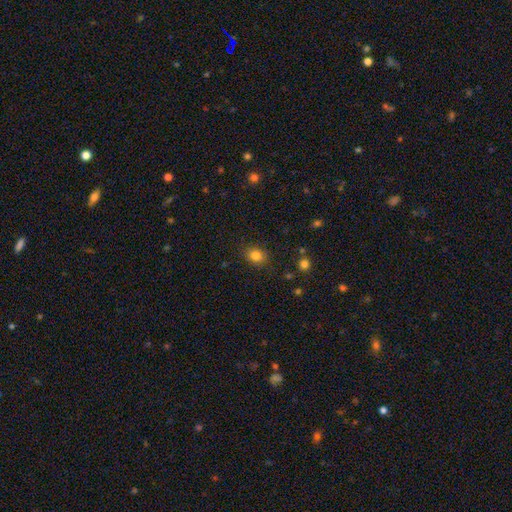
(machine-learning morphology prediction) Overall: smooth (82%). How rounded: round (55%; in between 44%). Merging: none (85%).